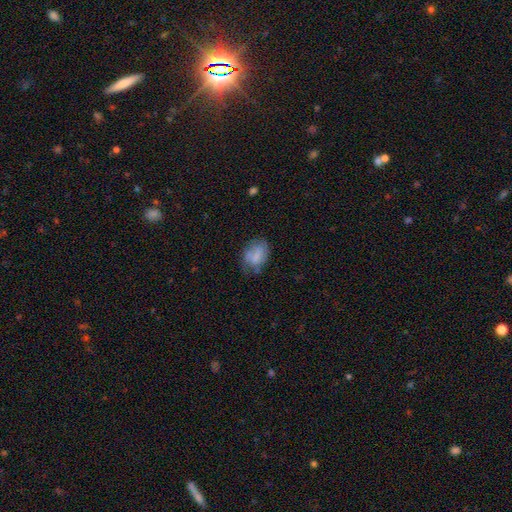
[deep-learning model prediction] Overall: smooth (70%). How rounded: in between (75%). Merging: none (51%; minor disturbance 31%).